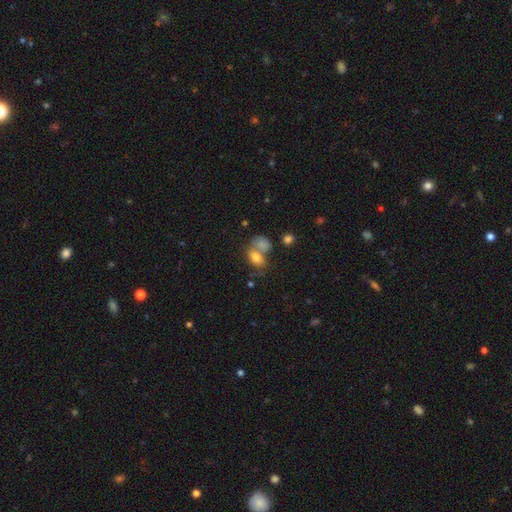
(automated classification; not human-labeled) Q: Smooth or featured?
A: smooth (76%); runner-up: featured or disk (13%)
Q: How rounded?
A: in between (80%); runner-up: round (18%)
Q: Merging?
A: merger (46%); runner-up: none (33%)